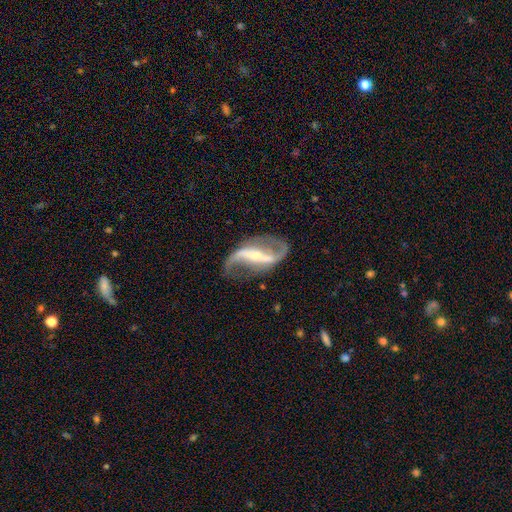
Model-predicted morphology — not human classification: Smooth or featured? featured or disk (92%)
Edge-on disk? no (96%)
Bar? strong (69%)
Spiral arms? yes (96%)
Spiral winding? loose (70%)
Spiral arm count? 2 (93%)
Bulge size? small (62%)
Merging? none (74%)